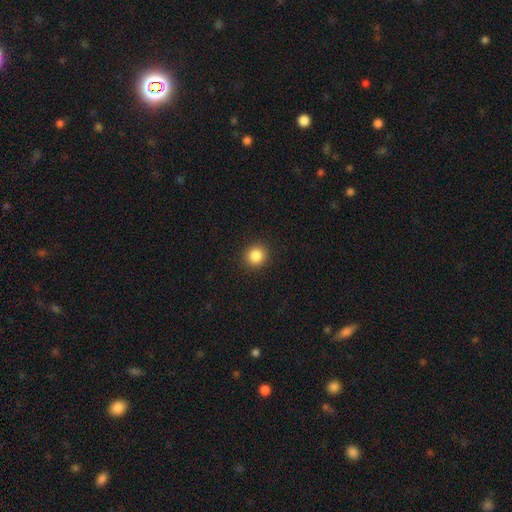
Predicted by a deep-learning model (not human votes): smooth_or_featured: smooth (p=0.86) [alt: star or artifact p=0.10]
how_rounded: round (p=0.89) [alt: in between p=0.10]
merging: none (p=0.92) [alt: minor disturbance p=0.05]